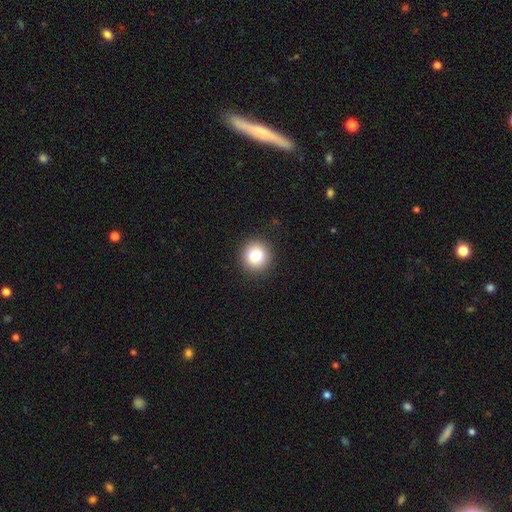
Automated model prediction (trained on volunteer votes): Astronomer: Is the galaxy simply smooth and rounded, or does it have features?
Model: smooth — 82%.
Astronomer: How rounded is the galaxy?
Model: round — 92%.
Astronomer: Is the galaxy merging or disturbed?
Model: none — 92%.